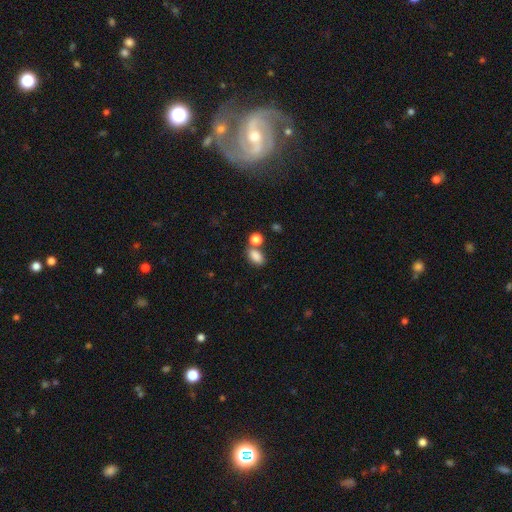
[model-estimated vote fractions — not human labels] Smooth or featured? smooth (85%)
How rounded? in between (86%)
Merging? none (52%)